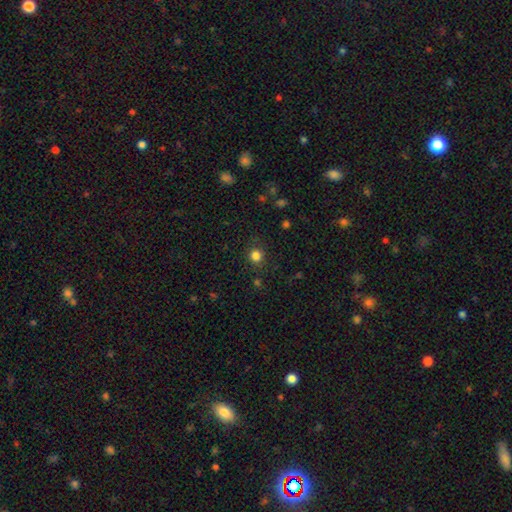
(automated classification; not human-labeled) This appears to be a smooth galaxy with no disk features (82%) that is round (88%). Merging: none (86%).